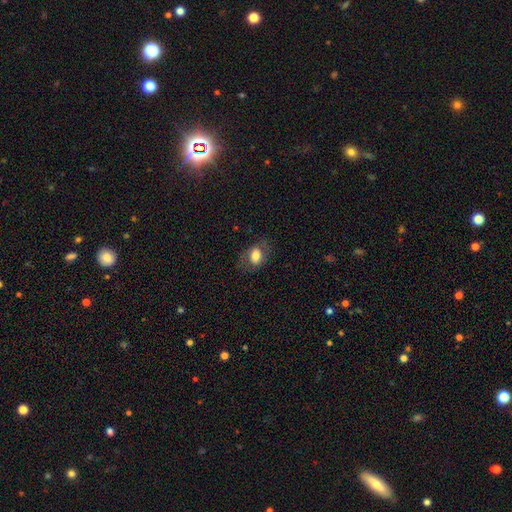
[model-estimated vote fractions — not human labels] smooth-or-featured: smooth: 73% | featured or disk: 19% | star or artifact: 8%
  how-rounded: in between: 75% | round: 23% | cigar-shaped: 1%
  merging: none: 73% | minor disturbance: 17% | major disturbance: 9% | merger: 1%